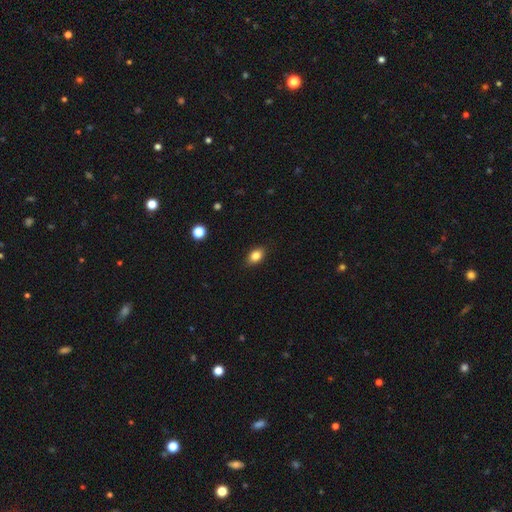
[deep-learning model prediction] smooth 84%, star or artifact 9%, featured or disk 7%. Down the decision tree: how rounded — in between (82%); merging — none (88%).